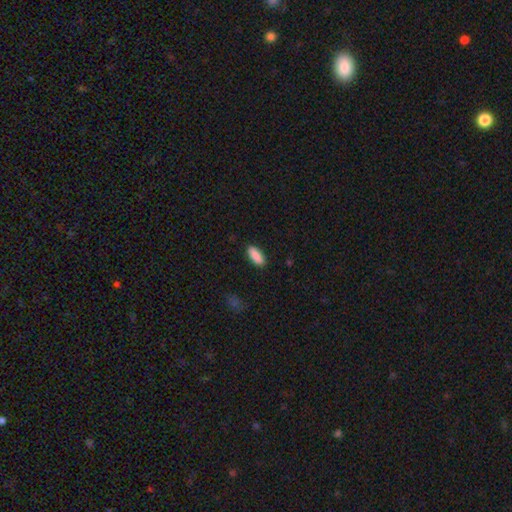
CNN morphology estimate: smooth-or-featured: smooth: 90% | star or artifact: 6% | featured or disk: 4%
  how-rounded: in between: 76% | cigar-shaped: 23% | round: 2%
  merging: none: 88% | minor disturbance: 9% | major disturbance: 2% | merger: 1%